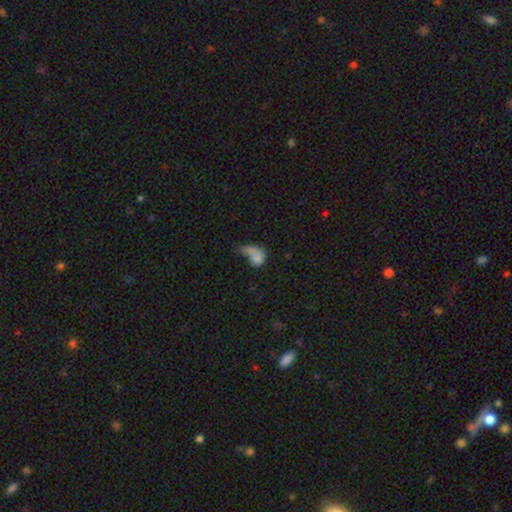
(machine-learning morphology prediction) This appears to be a smooth galaxy with no disk features (70%) that is in between round and cigar-shaped (64%). Merging: major disturbance (37%).